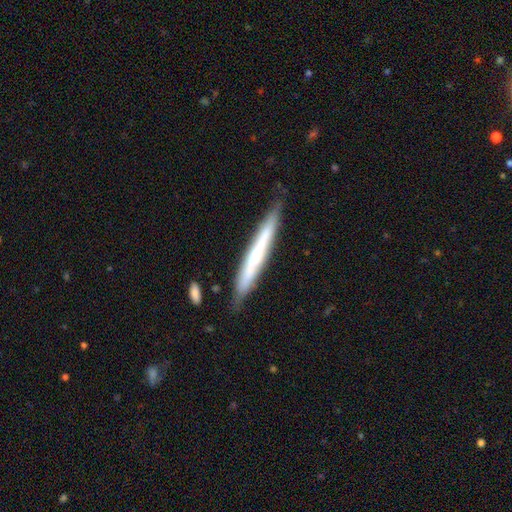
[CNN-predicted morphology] Overall: featured or disk (50%; smooth 44%). Edge-on disk: yes (90%). Merging: none (81%).